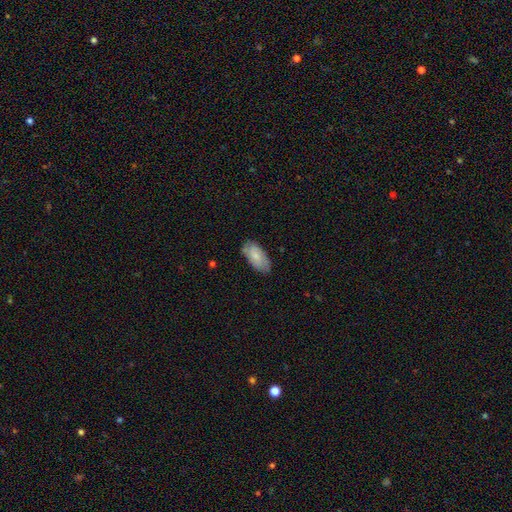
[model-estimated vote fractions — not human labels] Smooth or featured?
  - smooth: 72% *
  - featured or disk: 22%
  - star or artifact: 6%
How rounded?
  - in between: 92% *
  - cigar-shaped: 6%
  - round: 2%
Merging?
  - none: 73% *
  - minor disturbance: 22%
  - major disturbance: 4%
  - merger: 2%